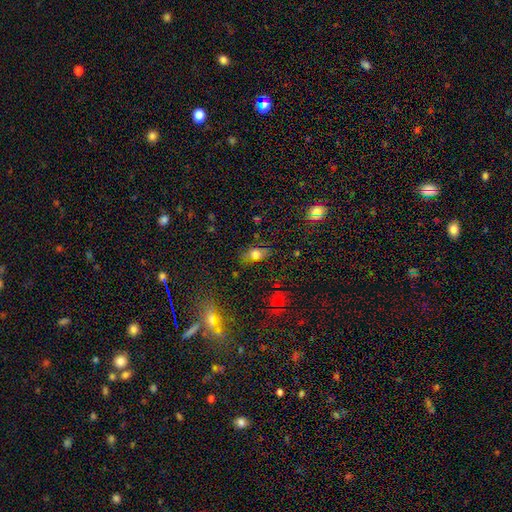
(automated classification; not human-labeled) Smooth or featured? Predicted: smooth (p=0.72). How rounded? Predicted: in between (p=0.79). Merging? Predicted: none (p=0.77).